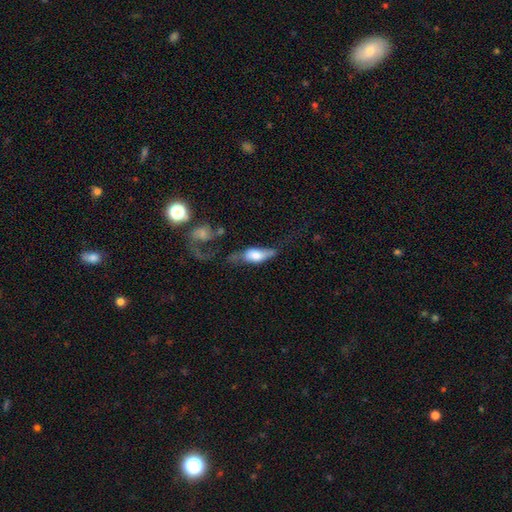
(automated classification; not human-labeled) Morphology: type=smooth (55%); roundness=in between (69%); merging=major disturbance (37%).